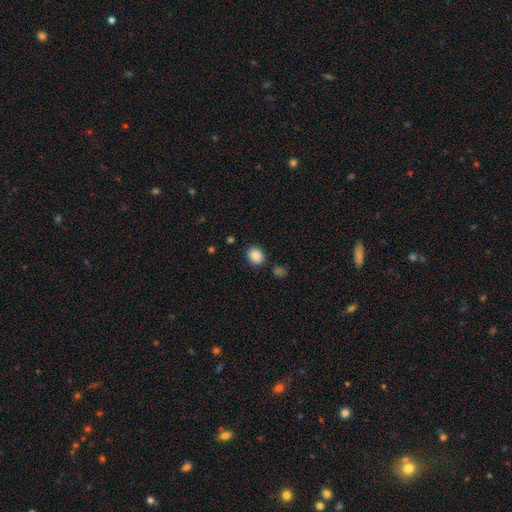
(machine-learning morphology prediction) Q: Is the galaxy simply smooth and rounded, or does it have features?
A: smooth — 88%.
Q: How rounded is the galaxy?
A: round — 54%.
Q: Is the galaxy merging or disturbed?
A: none — 83%.